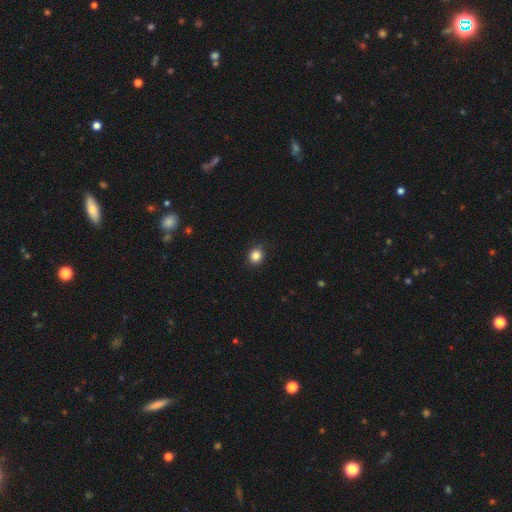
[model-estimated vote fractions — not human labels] Smooth or featured? smooth (85%)
How rounded? round (83%)
Merging? none (88%)